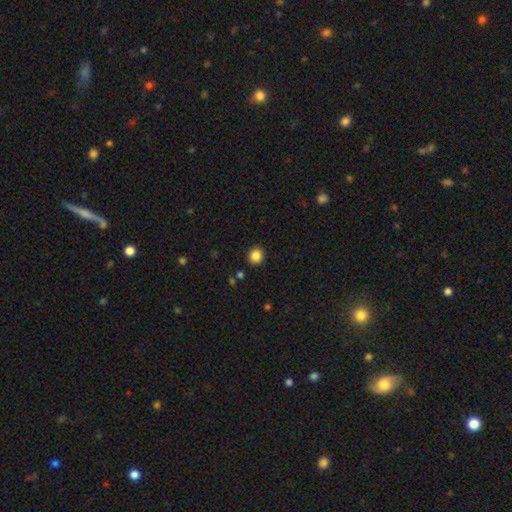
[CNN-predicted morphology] Q: Smooth or featured?
A: smooth (85%); runner-up: star or artifact (11%)
Q: How rounded?
A: round (87%); runner-up: in between (12%)
Q: Merging?
A: none (91%); runner-up: minor disturbance (5%)